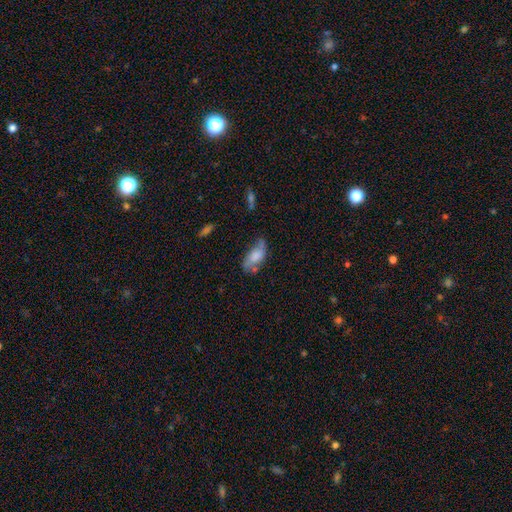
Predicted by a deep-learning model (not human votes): featured or disk 47%, smooth 41%, star or artifact 12%. Down the decision tree: merging — none (60%).